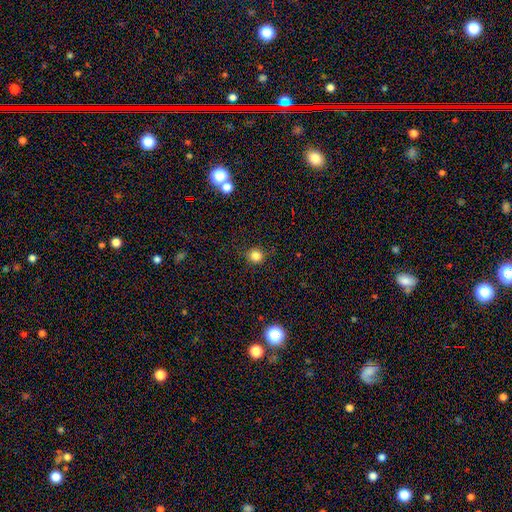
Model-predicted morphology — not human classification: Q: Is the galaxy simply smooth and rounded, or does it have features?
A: smooth — 82%.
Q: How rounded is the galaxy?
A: round — 90%.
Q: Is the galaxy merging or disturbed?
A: none — 87%.